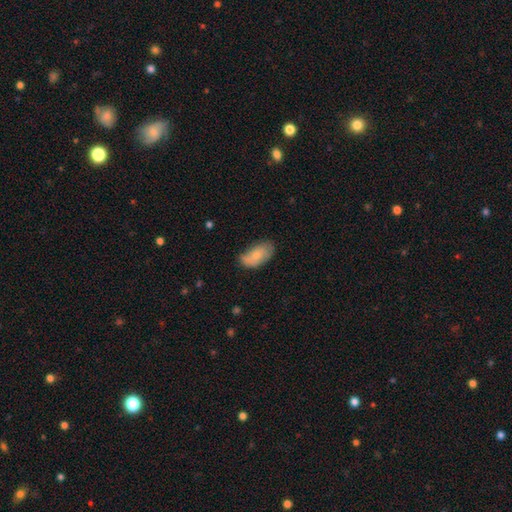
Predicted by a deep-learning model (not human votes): smooth_or_featured: smooth (p=0.73) [alt: featured or disk p=0.21]
how_rounded: in between (p=0.94) [alt: round p=0.04]
merging: none (p=0.61) [alt: minor disturbance p=0.30]